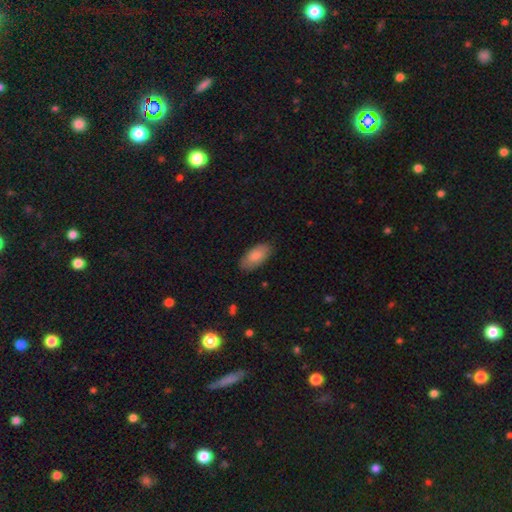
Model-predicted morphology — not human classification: smooth 85%, featured or disk 10%, star or artifact 6%. Down the decision tree: how rounded — in between (91%); merging — none (83%).